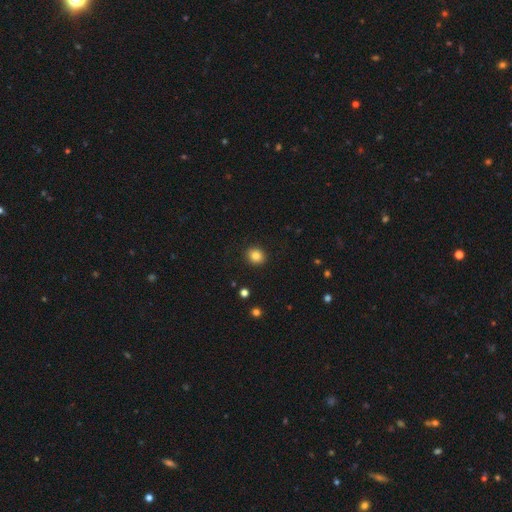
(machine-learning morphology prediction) smooth_or_featured: smooth (p=0.84) [alt: star or artifact p=0.10]
how_rounded: round (p=0.74) [alt: in between p=0.25]
merging: none (p=0.91) [alt: minor disturbance p=0.06]